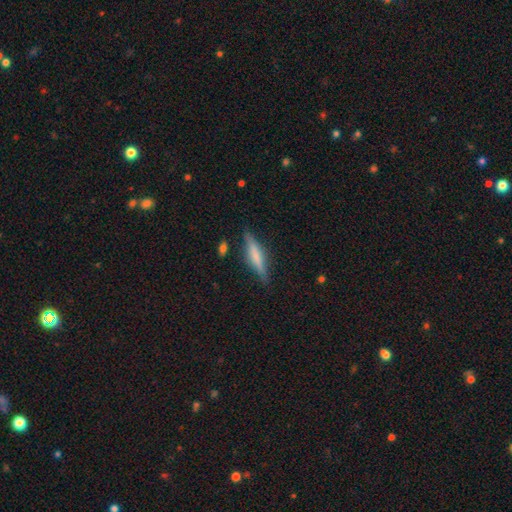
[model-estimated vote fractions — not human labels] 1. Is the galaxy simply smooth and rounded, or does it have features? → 49% featured or disk, 44% smooth, 7% star or artifact.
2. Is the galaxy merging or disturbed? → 82% none, 13% minor disturbance, 3% major disturbance, 2% merger.